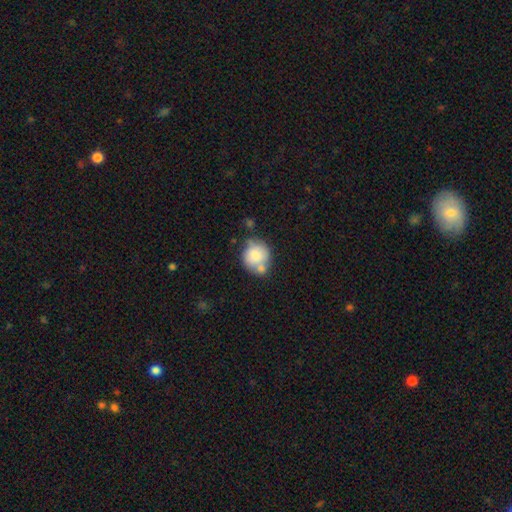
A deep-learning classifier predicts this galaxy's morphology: Smooth or featured: smooth — 75% (featured or disk — 17%)
How rounded: round — 82% (in between — 17%)
Merging: none — 43% (merger — 33%)